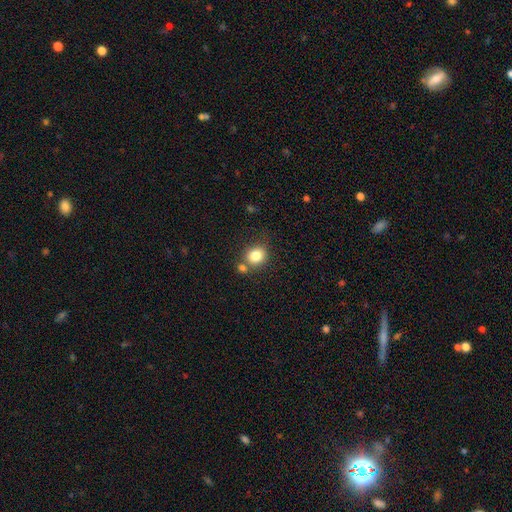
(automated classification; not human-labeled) This is clearly a smooth galaxy (82%). How rounded: likely round (69%). Merging: likely none (65%).